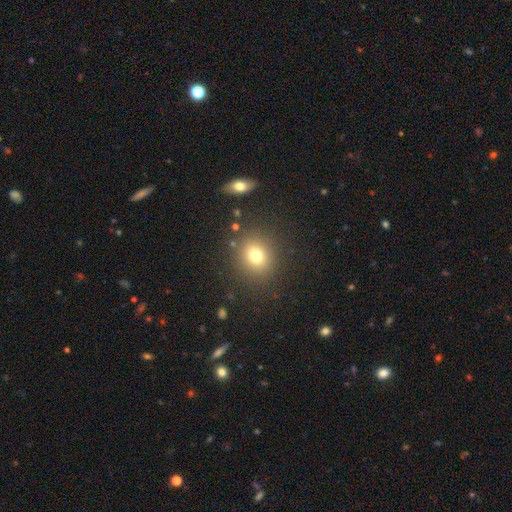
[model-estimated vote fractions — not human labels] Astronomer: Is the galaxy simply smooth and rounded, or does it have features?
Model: smooth — 75%.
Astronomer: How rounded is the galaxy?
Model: round — 76%.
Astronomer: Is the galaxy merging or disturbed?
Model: none — 85%.